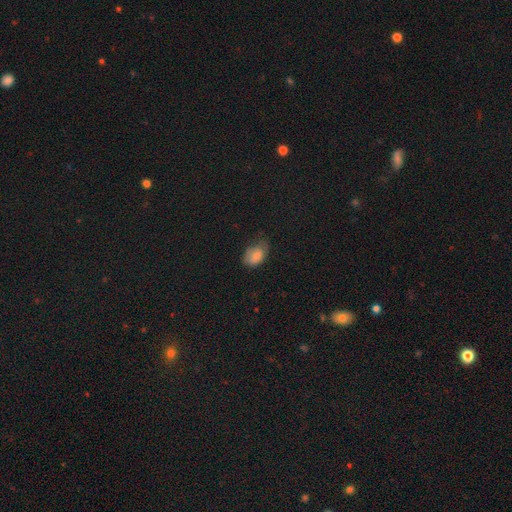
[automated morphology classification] Smooth or featured? smooth (80%)
How rounded? in between (86%)
Merging? none (47%)